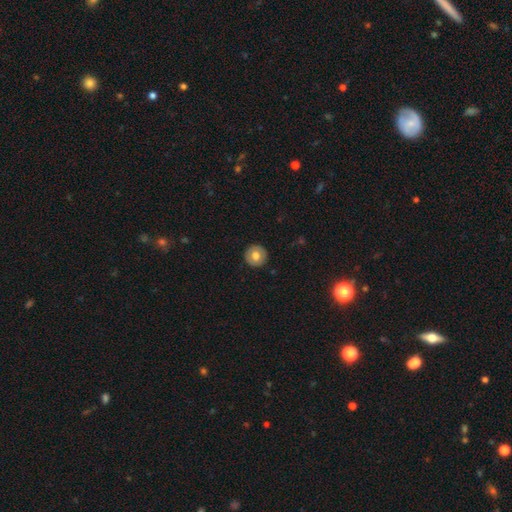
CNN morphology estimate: This is likely a smooth galaxy (69%). How rounded: clearly round (95%). Merging: clearly none (91%).